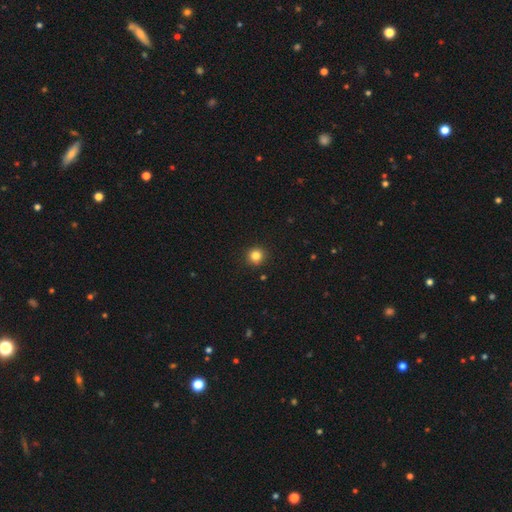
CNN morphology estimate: A smooth galaxy with no disk features (84%) that is round (94%).

Vote fractions:
- Smooth or featured? smooth: 84% / star or artifact: 12% / featured or disk: 5%
- How rounded? round: 94% / in between: 5% / cigar-shaped: 1%
- Merging? none: 92% / minor disturbance: 5% / major disturbance: 2% / merger: 1%